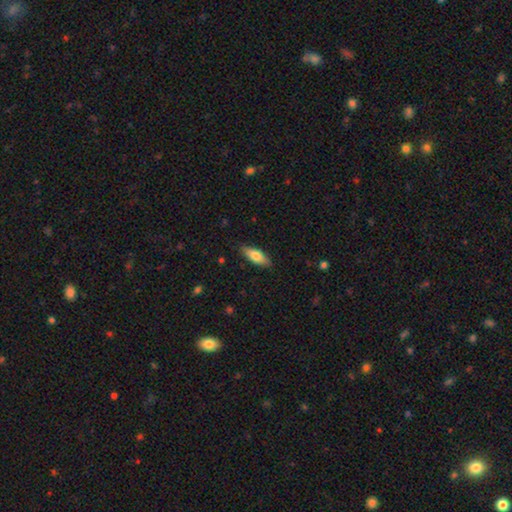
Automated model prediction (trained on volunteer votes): smooth 74%, featured or disk 20%, star or artifact 6%. Down the decision tree: how rounded — in between (65%); merging — none (86%).